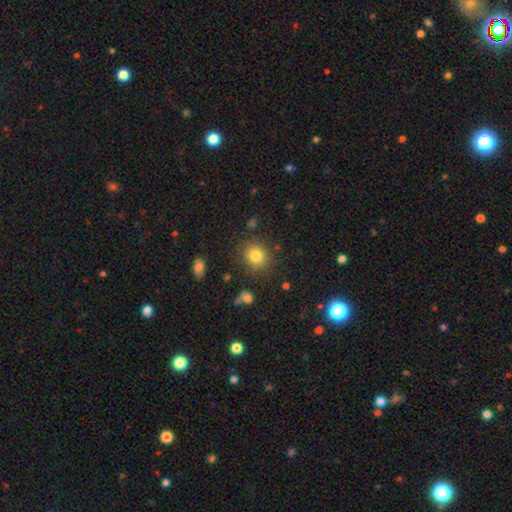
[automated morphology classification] smooth 81%, star or artifact 12%, featured or disk 7%. Down the decision tree: how rounded — round (83%); merging — none (84%).